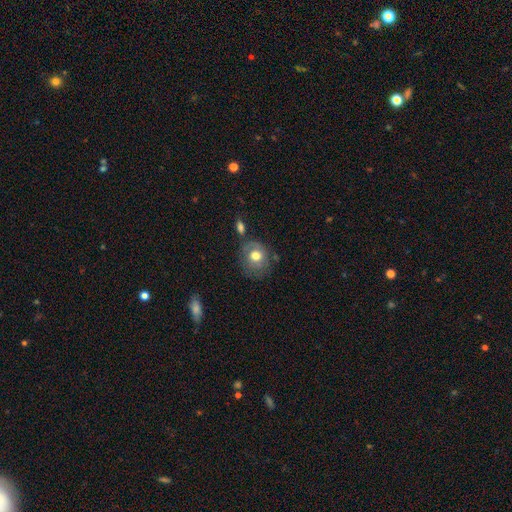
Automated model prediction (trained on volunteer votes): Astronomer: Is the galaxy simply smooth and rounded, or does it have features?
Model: smooth — 61%.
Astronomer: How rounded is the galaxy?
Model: round — 77%.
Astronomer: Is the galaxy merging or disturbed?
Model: none — 61%.